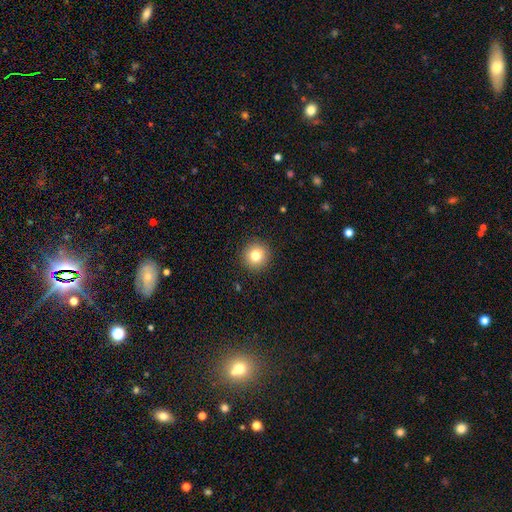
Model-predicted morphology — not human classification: type=smooth (80%); roundness=round (94%); merging=none (92%).